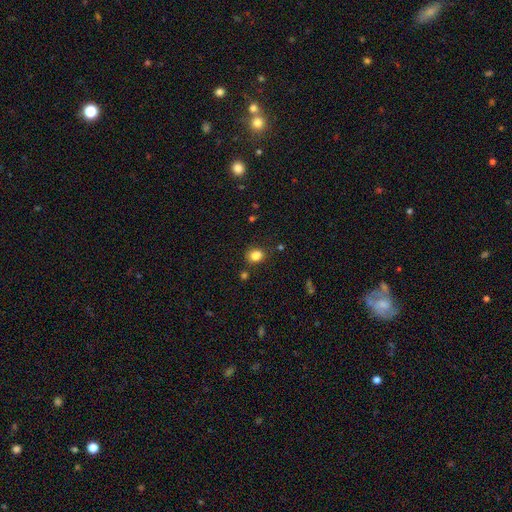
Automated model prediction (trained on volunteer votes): Smooth or featured? smooth (83%)
How rounded? round (55%)
Merging? none (71%)